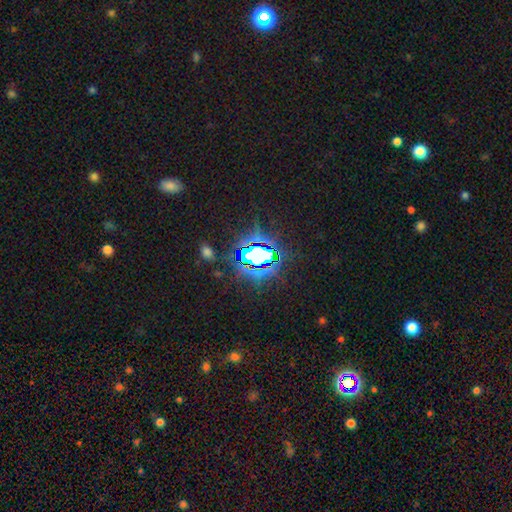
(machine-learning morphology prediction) star or artifact 76%, smooth 14%, featured or disk 11%.